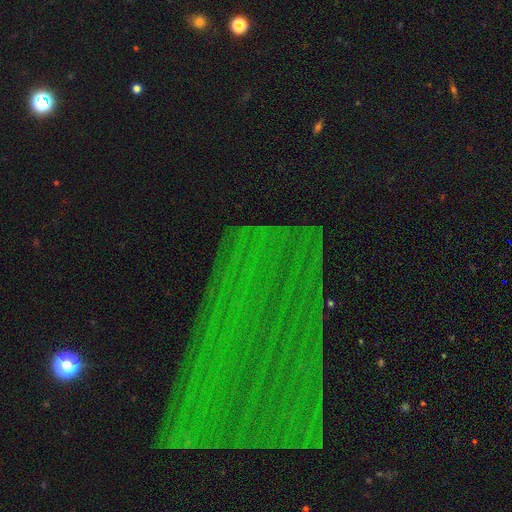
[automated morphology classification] The model was most divided on "smooth or featured": star or artifact: 79%, featured or disk: 11%, smooth: 10%.